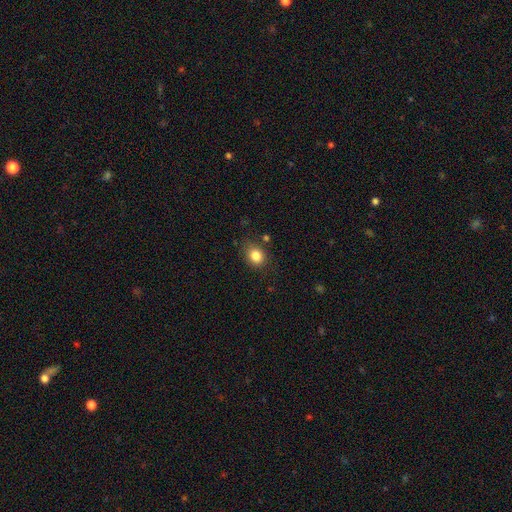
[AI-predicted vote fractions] This is clearly a smooth galaxy (83%). How rounded: possibly round (54%). Merging: likely none (77%).